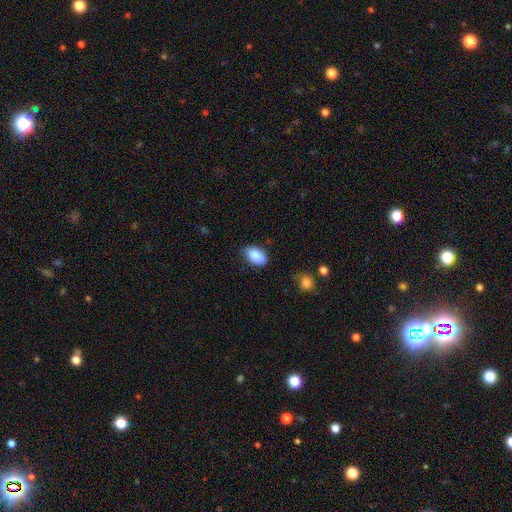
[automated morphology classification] A smooth galaxy with no disk features (87%) that is in between round and cigar-shaped (92%).

Vote fractions:
- Smooth or featured? smooth: 87% / star or artifact: 7% / featured or disk: 6%
- How rounded? in between: 92% / round: 7% / cigar-shaped: 2%
- Merging? none: 75% / minor disturbance: 20% / major disturbance: 4% / merger: 2%